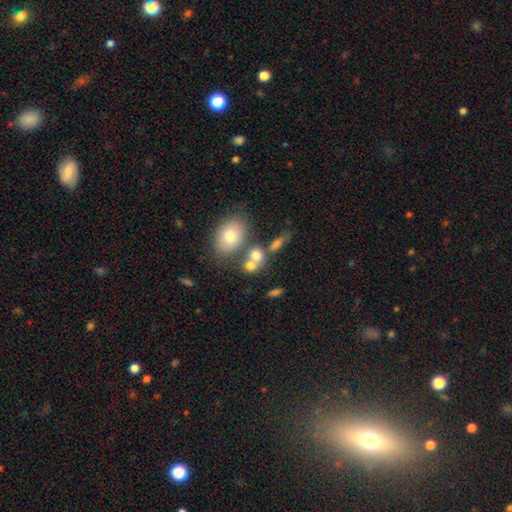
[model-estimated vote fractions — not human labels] Smooth or featured? smooth (71%)
How rounded? round (56%)
Merging? merger (45%)